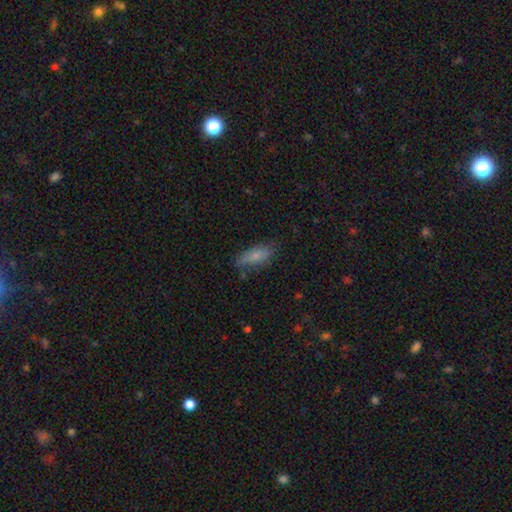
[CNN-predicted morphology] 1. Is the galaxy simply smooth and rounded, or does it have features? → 77% smooth, 16% featured or disk, 7% star or artifact.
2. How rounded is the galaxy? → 71% in between, 26% cigar-shaped, 2% round.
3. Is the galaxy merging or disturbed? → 65% none, 26% minor disturbance, 7% major disturbance, 2% merger.